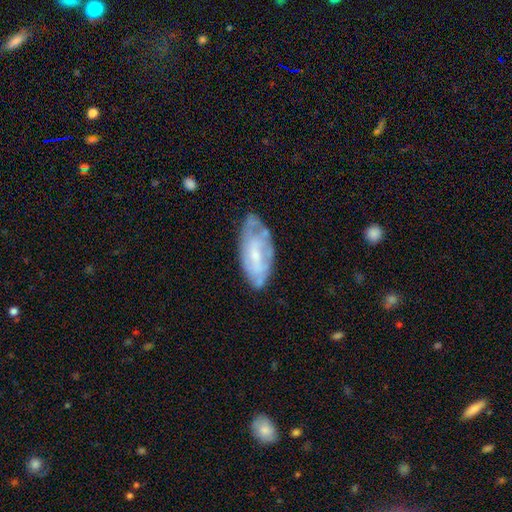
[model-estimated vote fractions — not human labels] Smooth or featured? featured or disk (58%)
Edge-on disk? no (90%)
Bar? no (56%)
Spiral arms? yes (58%)
Bulge size? small (55%)
Merging? none (58%)